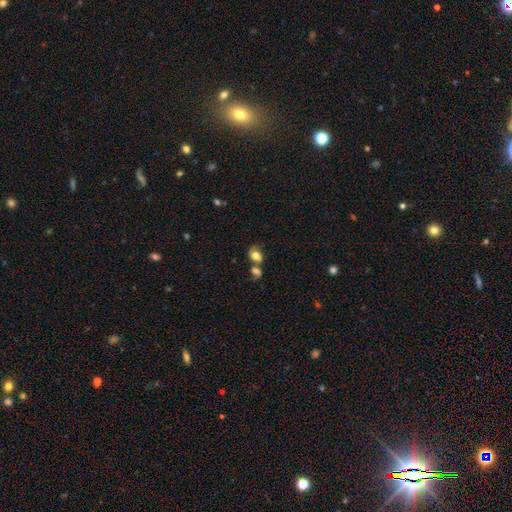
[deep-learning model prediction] Q: Smooth or featured?
A: smooth (70%); runner-up: featured or disk (20%)
Q: How rounded?
A: in between (62%); runner-up: round (36%)
Q: Merging?
A: merger (49%); runner-up: none (27%)